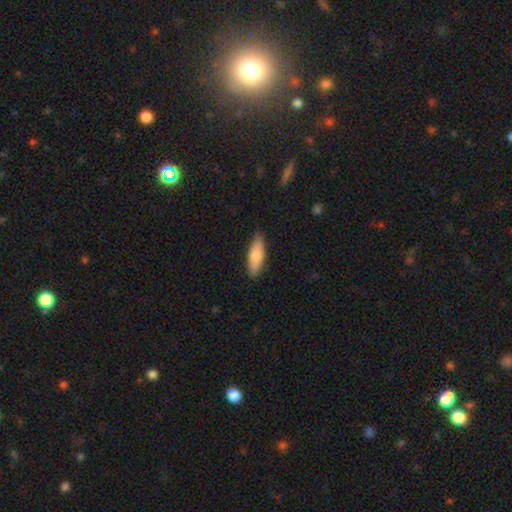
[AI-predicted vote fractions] smooth-or-featured: smooth: 78% | featured or disk: 16% | star or artifact: 5%
  how-rounded: in between: 61% | cigar-shaped: 37% | round: 2%
  merging: none: 80% | minor disturbance: 16% | major disturbance: 2% | merger: 1%